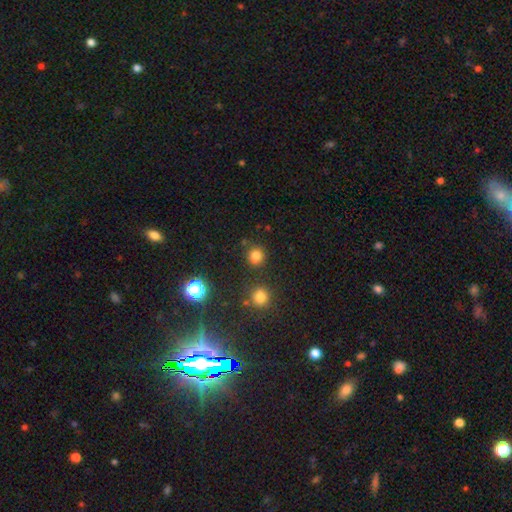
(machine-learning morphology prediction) smooth_or_featured: smooth (p=0.79) [alt: star or artifact p=0.16]
how_rounded: round (p=0.91) [alt: in between p=0.08]
merging: none (p=0.85) [alt: minor disturbance p=0.07]